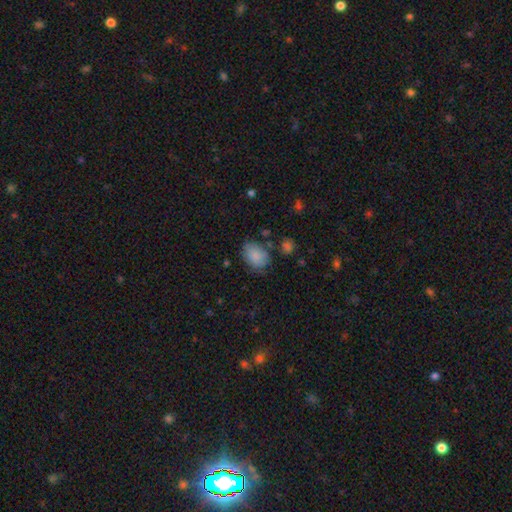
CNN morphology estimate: Smooth or featured? smooth (83%)
How rounded? in between (78%)
Merging? none (69%)